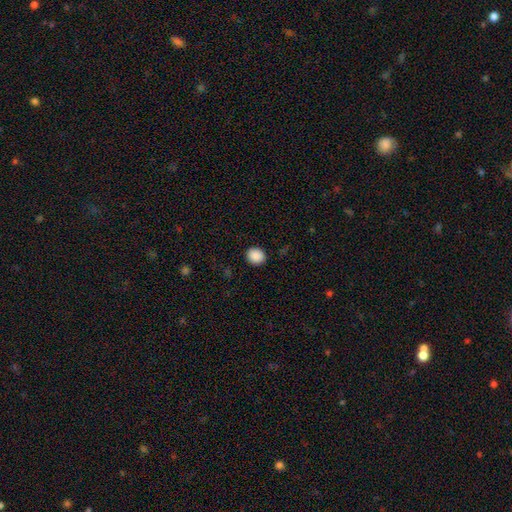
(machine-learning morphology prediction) Smooth or featured? smooth (89%)
How rounded? round (76%)
Merging? none (91%)